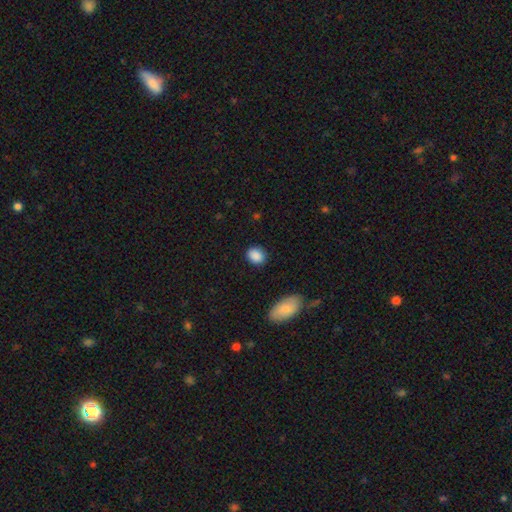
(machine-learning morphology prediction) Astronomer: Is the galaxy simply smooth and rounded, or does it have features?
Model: smooth — 89%.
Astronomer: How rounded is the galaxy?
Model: in between — 51% (runner-up: round, 48%).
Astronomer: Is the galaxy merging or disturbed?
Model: none — 85%.